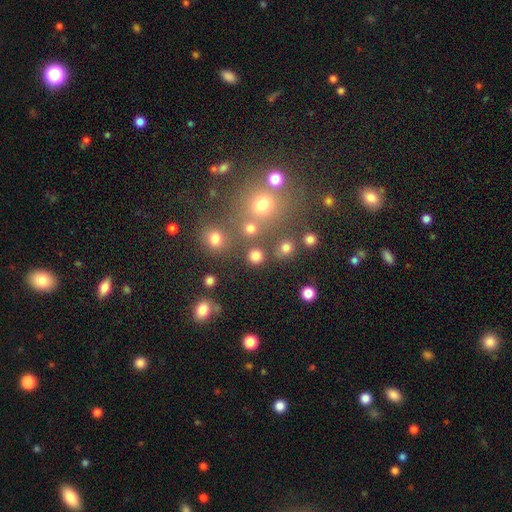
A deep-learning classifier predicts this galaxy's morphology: Overall: smooth (78%). How rounded: round (91%). Merging: none (82%).